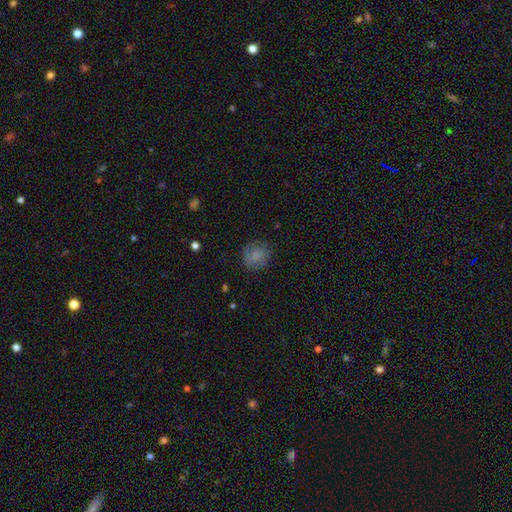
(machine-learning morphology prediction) Smooth or featured? Predicted: smooth (p=0.72). How rounded? Predicted: round (p=0.81). Merging? Predicted: none (p=0.74).